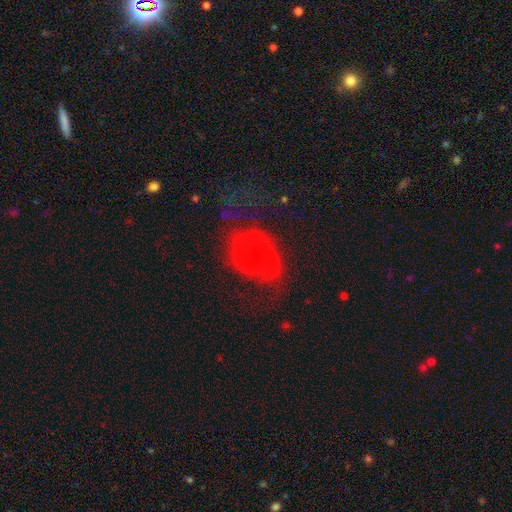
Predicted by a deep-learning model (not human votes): Smooth or featured: featured or disk — 87% (smooth — 7%)
Edge-on disk: no — 98% (yes — 2%)
Bar: weak — 56% (no — 32%)
Spiral arms: yes — 96% (no — 4%)
Spiral winding: medium — 57% (loose — 23%)
Spiral arm count: 2 — 91% (can't tell — 4%)
Bulge size: small — 64% (moderate — 25%)
Merging: none — 64% (minor disturbance — 20%)